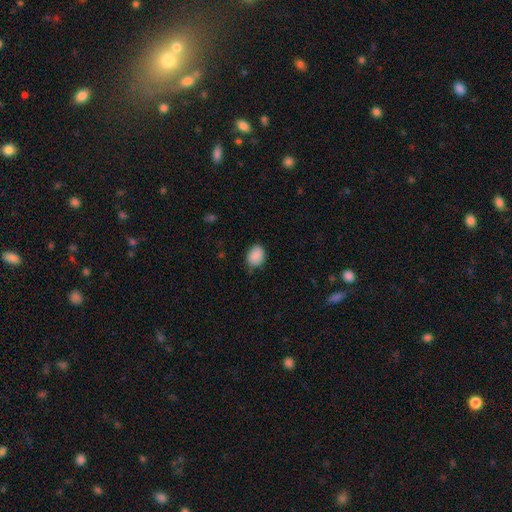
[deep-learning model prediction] smooth 89%, star or artifact 7%, featured or disk 4%. Down the decision tree: how rounded — in between (63%); merging — none (74%).